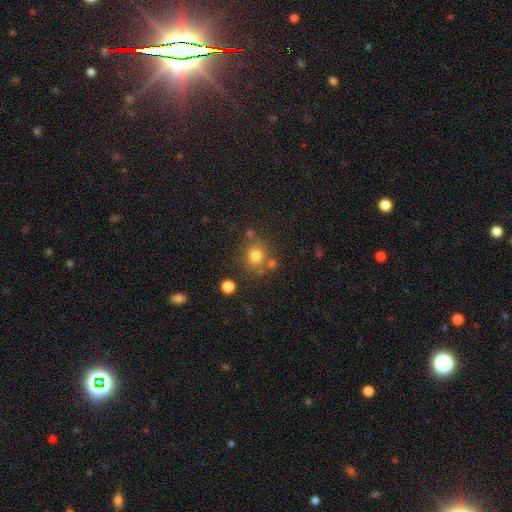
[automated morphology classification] smooth-or-featured: smooth: 77% | star or artifact: 14% | featured or disk: 9%
  how-rounded: round: 86% | in between: 14% | cigar-shaped: 1%
  merging: none: 73% | merger: 12% | minor disturbance: 11% | major disturbance: 4%